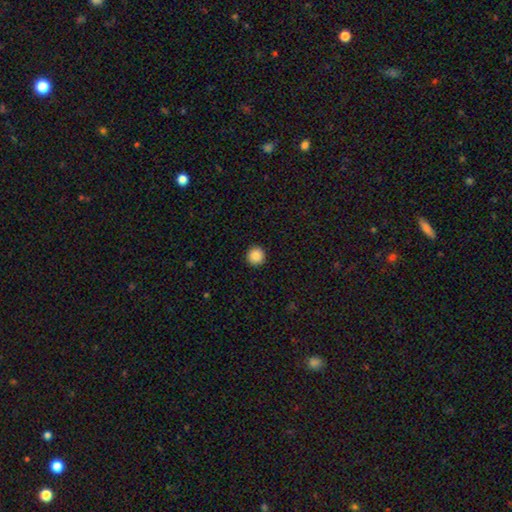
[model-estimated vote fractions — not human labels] Q: Smooth or featured?
A: smooth (88%); runner-up: star or artifact (9%)
Q: How rounded?
A: round (96%); runner-up: in between (3%)
Q: Merging?
A: none (93%); runner-up: minor disturbance (5%)